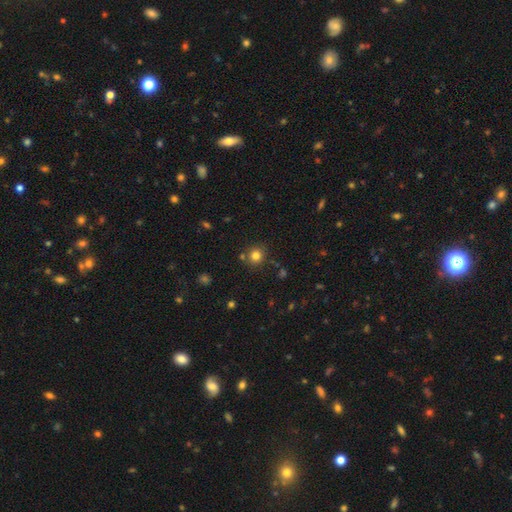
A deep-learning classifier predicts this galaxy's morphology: This appears to be a smooth galaxy with no disk features (79%) that is round (89%). Merging: none (80%).